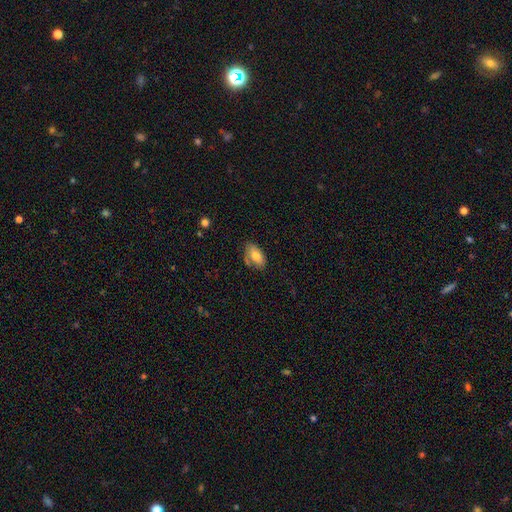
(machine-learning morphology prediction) smooth_or_featured: smooth (p=0.75) [alt: featured or disk p=0.18]
how_rounded: in between (p=0.92) [alt: round p=0.05]
merging: none (p=0.68) [alt: minor disturbance p=0.22]